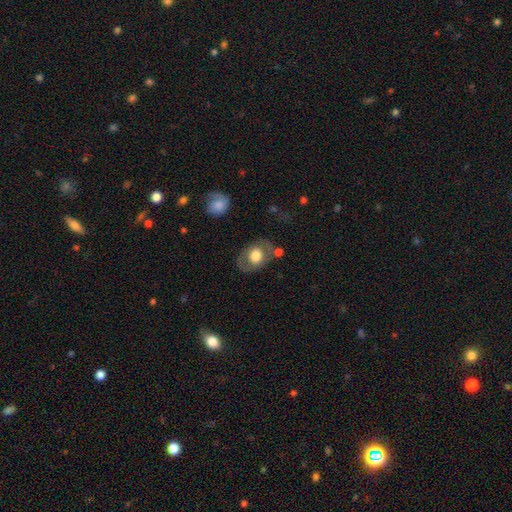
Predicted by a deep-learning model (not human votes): smooth-or-featured: smooth: 60% | featured or disk: 34% | star or artifact: 6%
  how-rounded: in between: 68% | round: 31% | cigar-shaped: 1%
  merging: none: 70% | minor disturbance: 16% | major disturbance: 7% | merger: 6%